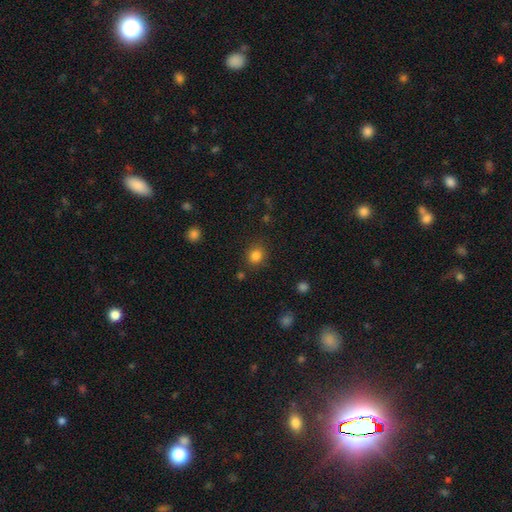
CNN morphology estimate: This is clearly a smooth galaxy (83%). How rounded: likely round (78%). Merging: clearly none (84%).